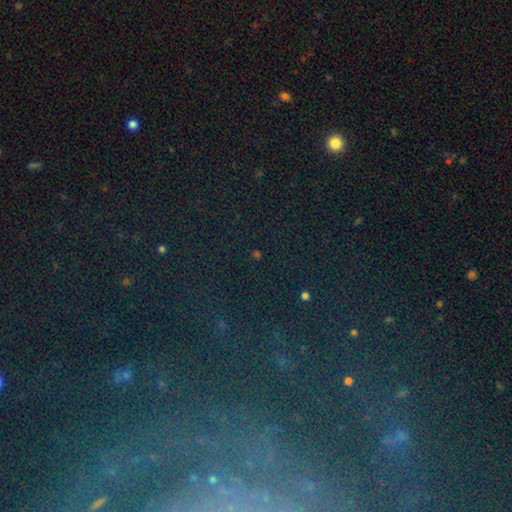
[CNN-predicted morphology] This appears to be a star or artifact, not a galaxy (58%).